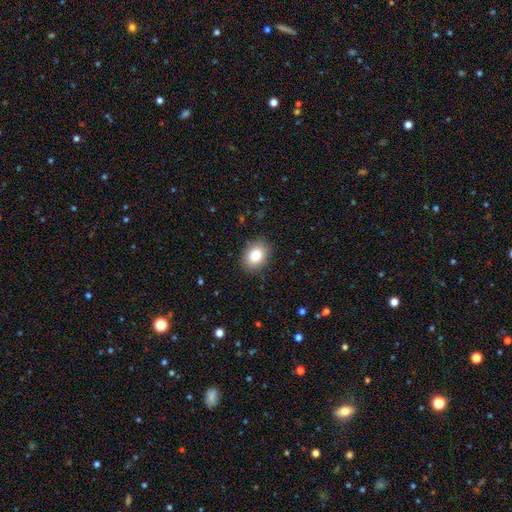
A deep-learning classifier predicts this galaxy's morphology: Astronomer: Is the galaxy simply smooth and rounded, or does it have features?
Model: smooth — 83%.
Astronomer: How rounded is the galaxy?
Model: in between — 65%.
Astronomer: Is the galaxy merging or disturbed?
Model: none — 88%.